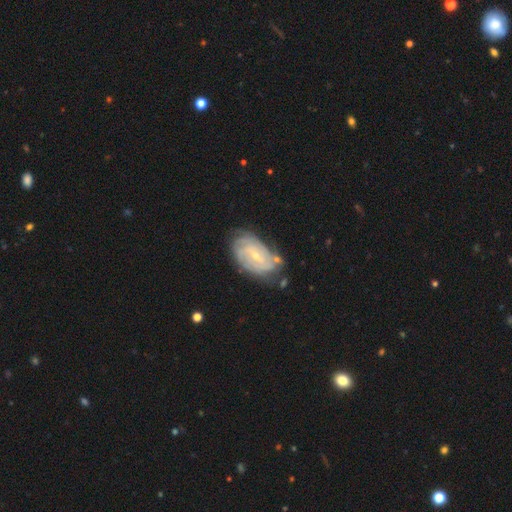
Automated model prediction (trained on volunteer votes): Smooth or featured? featured or disk (79%)
Edge-on disk? no (96%)
Bar? no (47%)
Spiral arms? yes (91%)
Spiral winding? tight (67%)
Spiral arm count? can't tell (43%)
Bulge size? small (71%)
Merging? none (65%)